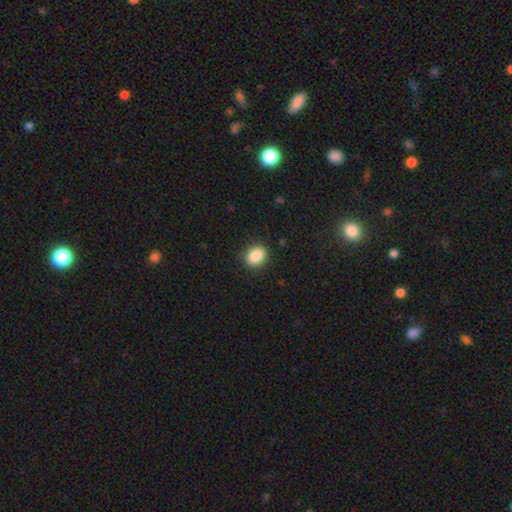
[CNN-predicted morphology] Smooth or featured? Predicted: smooth (p=0.88). How rounded? Predicted: in between (p=0.60). Merging? Predicted: none (p=0.87).